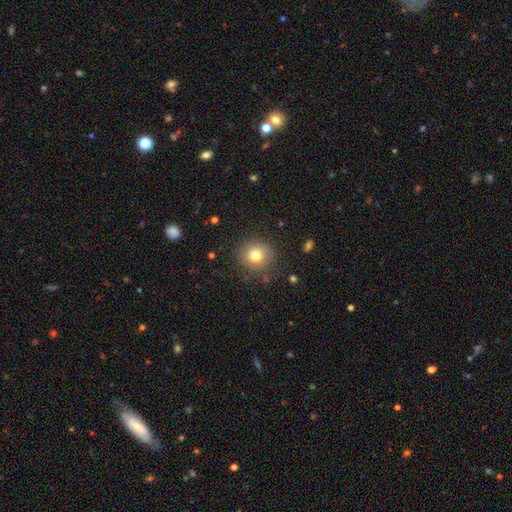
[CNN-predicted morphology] Smooth or featured? smooth (75%)
How rounded? round (85%)
Merging? none (83%)